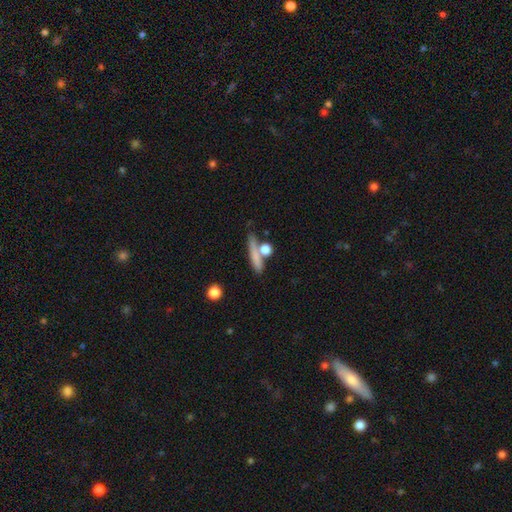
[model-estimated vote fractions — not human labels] Smooth or featured? smooth (70%)
How rounded? cigar-shaped (68%)
Merging? none (59%)